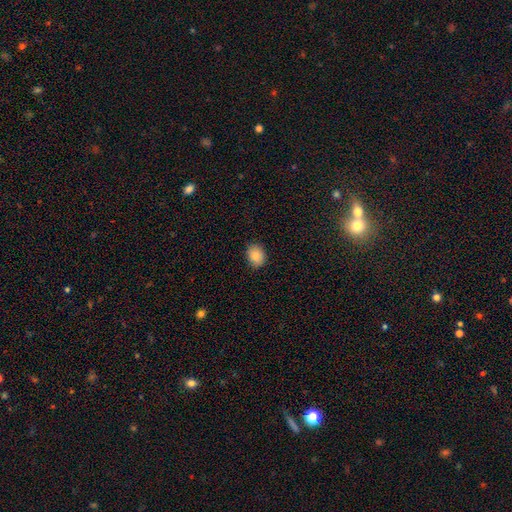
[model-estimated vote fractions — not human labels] Smooth or featured: smooth — 87% (star or artifact — 8%)
How rounded: in between — 54% (round — 45%)
Merging: none — 86% (minor disturbance — 11%)